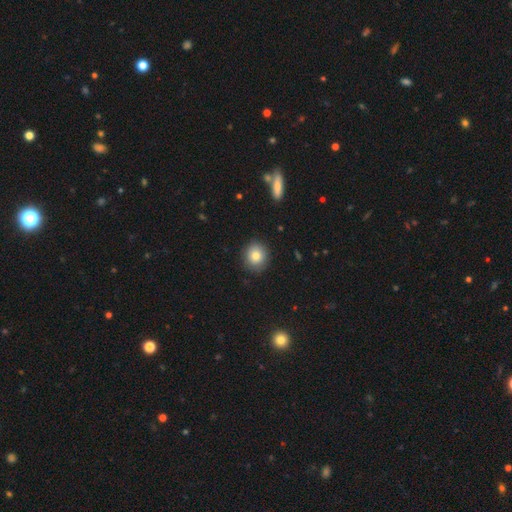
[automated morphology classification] A smooth galaxy with no disk features (79%) that is round (83%). Merging: none (88%).